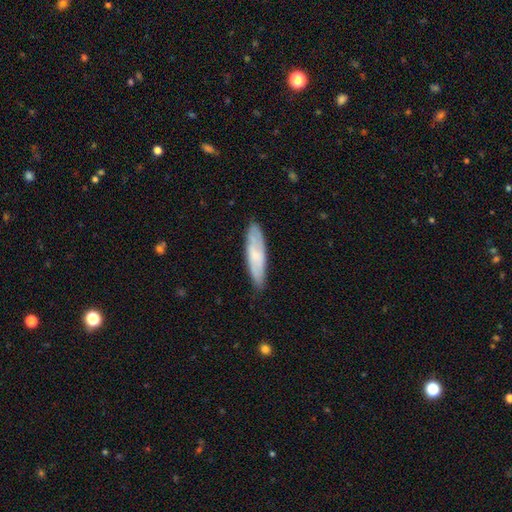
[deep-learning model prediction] The model was most divided on "smooth or featured": smooth: 62%, featured or disk: 31%, star or artifact: 6%. More confident: merging — none (78%); how rounded — cigar-shaped (67%).